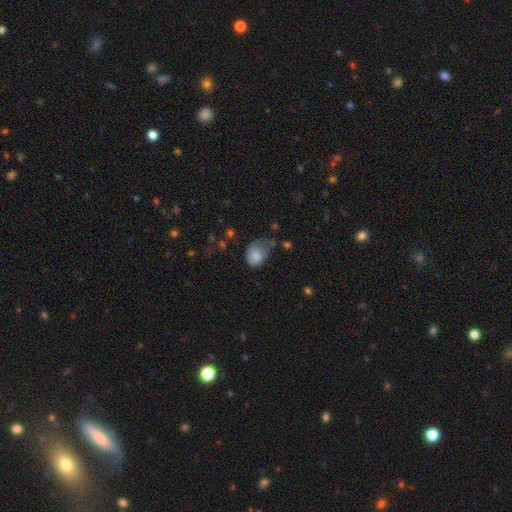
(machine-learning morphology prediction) Smooth or featured? smooth (80%)
How rounded? in between (68%)
Merging? minor disturbance (40%)